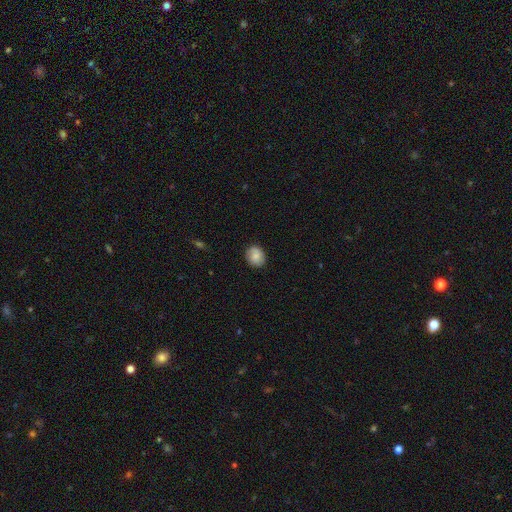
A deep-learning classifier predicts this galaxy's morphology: This is likely a smooth galaxy (80%). How rounded: likely round (66%). Merging: clearly none (84%).